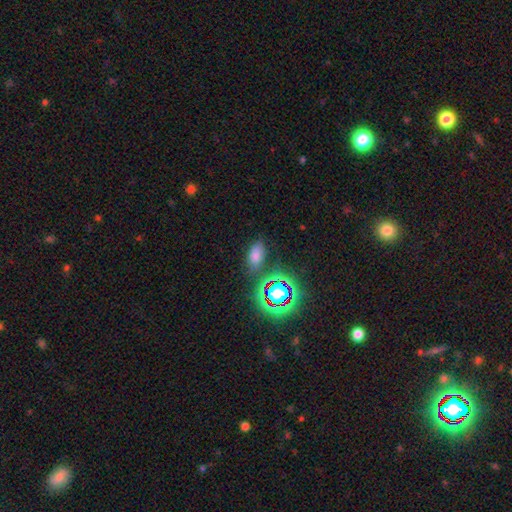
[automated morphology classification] type=smooth (63%); roundness=in between (88%); merging=none (78%).